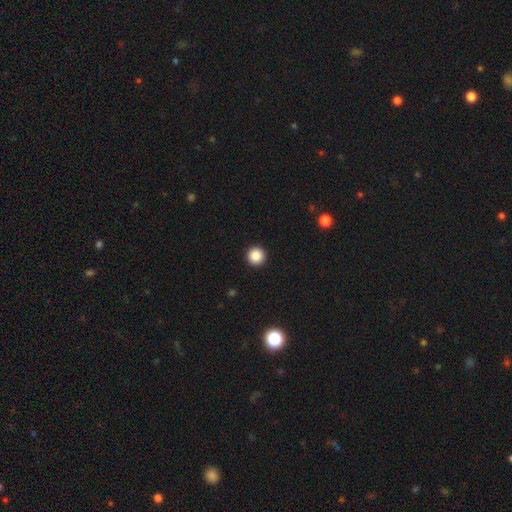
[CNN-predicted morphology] A smooth galaxy with no disk features (88%) that is round (97%). Merging: none (94%).